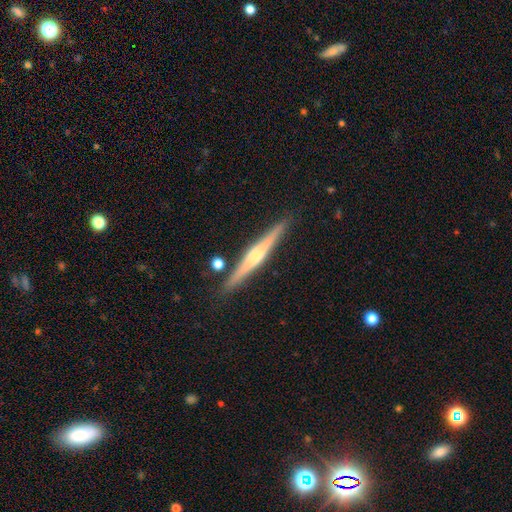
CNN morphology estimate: Smooth or featured: featured or disk — 70% (smooth — 24%)
Edge-on disk: yes — 98% (no — 2%)
Edge-on bulge: rounded — 72% (none — 16%)
Merging: none — 88% (minor disturbance — 8%)